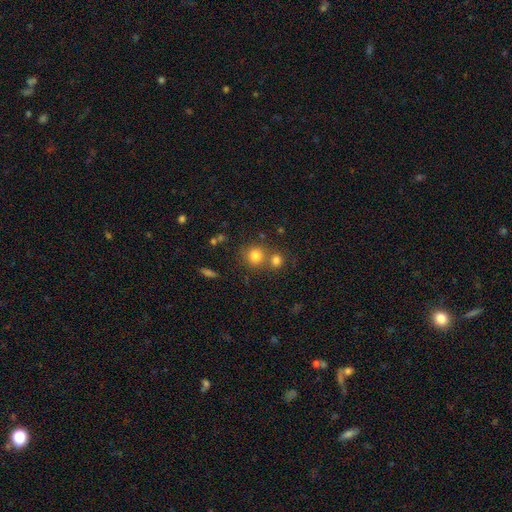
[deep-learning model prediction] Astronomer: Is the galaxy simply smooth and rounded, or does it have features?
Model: smooth — 79%.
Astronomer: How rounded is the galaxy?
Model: round — 87%.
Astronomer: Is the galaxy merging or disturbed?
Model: none — 60%.